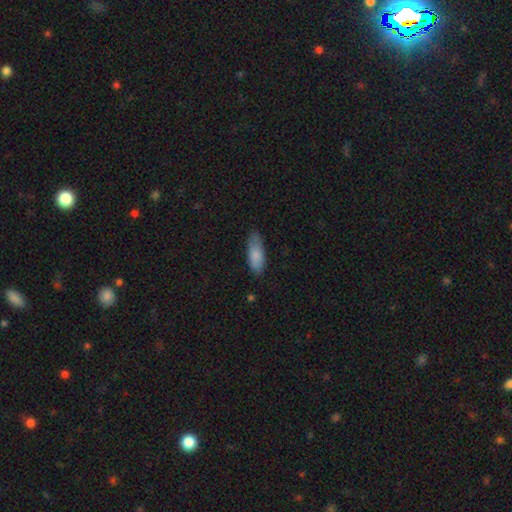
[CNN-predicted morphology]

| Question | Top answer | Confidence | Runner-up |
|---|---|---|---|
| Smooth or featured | smooth | 85% | featured or disk (9%) |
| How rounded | in between | 76% | cigar-shaped (22%) |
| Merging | none | 73% | minor disturbance (22%) |